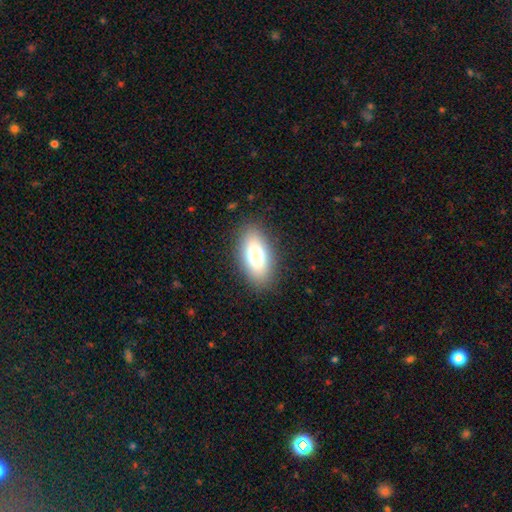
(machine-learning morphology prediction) Smooth or featured? Predicted: smooth (p=0.77). How rounded? Predicted: in between (p=0.89). Merging? Predicted: none (p=0.87).